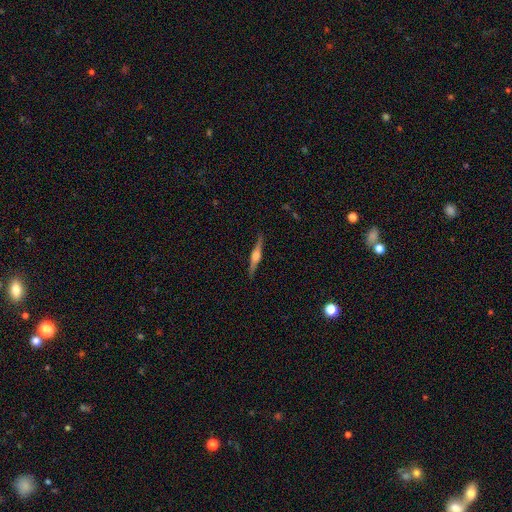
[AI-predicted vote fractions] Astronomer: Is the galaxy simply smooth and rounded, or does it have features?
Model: featured or disk — 77%.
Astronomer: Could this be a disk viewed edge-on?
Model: yes — 98%.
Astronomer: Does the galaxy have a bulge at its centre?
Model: rounded — 87%.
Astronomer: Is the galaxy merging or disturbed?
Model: none — 91%.